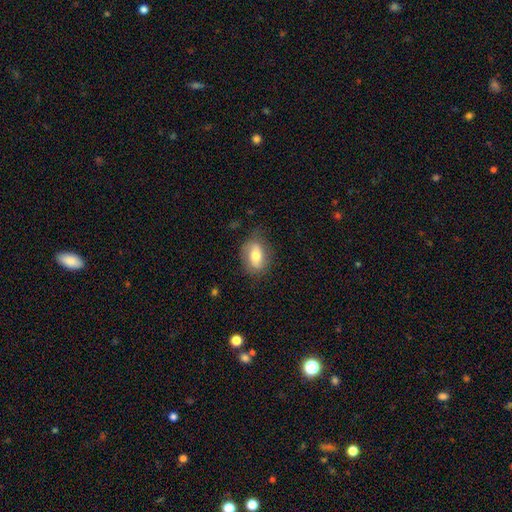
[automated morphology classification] Q: Smooth or featured?
A: smooth (64%); runner-up: featured or disk (29%)
Q: How rounded?
A: in between (78%); runner-up: round (19%)
Q: Merging?
A: none (71%); runner-up: minor disturbance (21%)